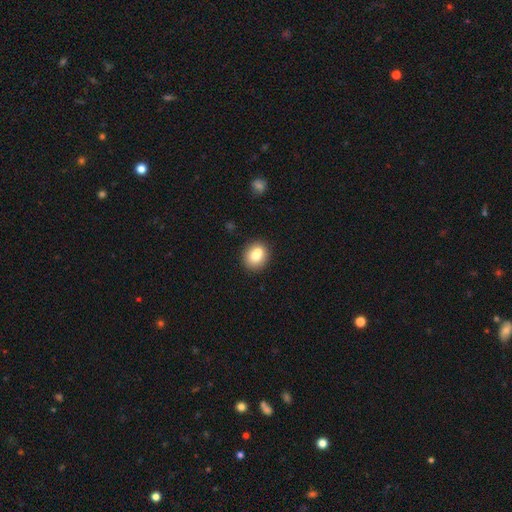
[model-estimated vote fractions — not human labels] Smooth or featured? smooth (73%)
How rounded? round (68%)
Merging? none (57%)